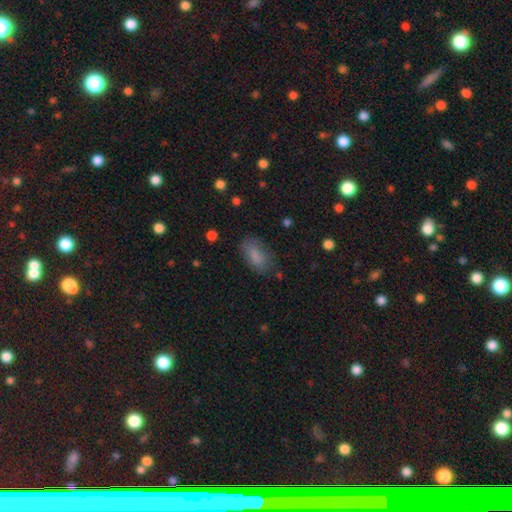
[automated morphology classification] Smooth or featured? Predicted: smooth (p=0.82). How rounded? Predicted: in between (p=0.90). Merging? Predicted: none (p=0.74).